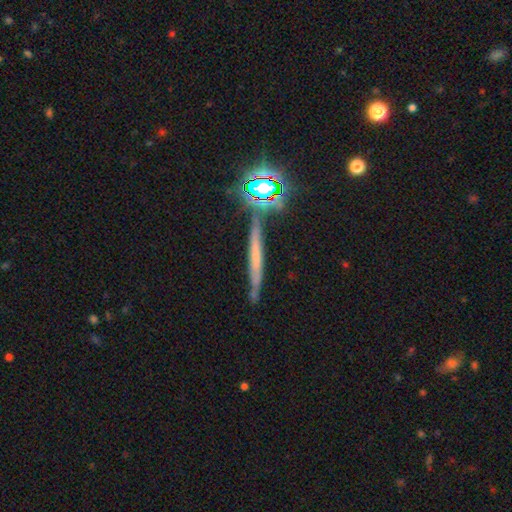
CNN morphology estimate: Smooth or featured: featured or disk — 39% (smooth — 36%)
Merging: none — 80% (minor disturbance — 12%)